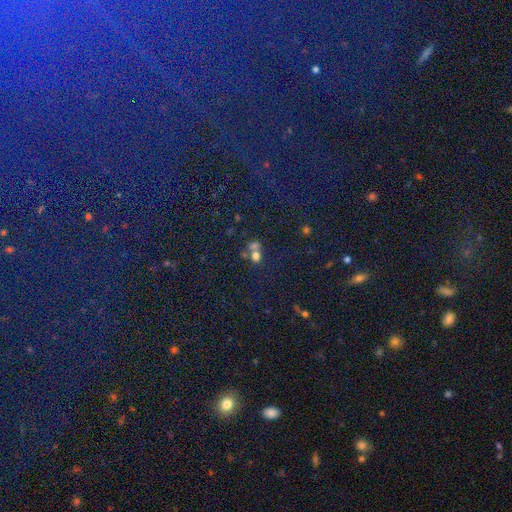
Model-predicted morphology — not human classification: Smooth or featured: smooth — 67% (star or artifact — 20%)
How rounded: round — 69% (in between — 30%)
Merging: merger — 56% (none — 32%)